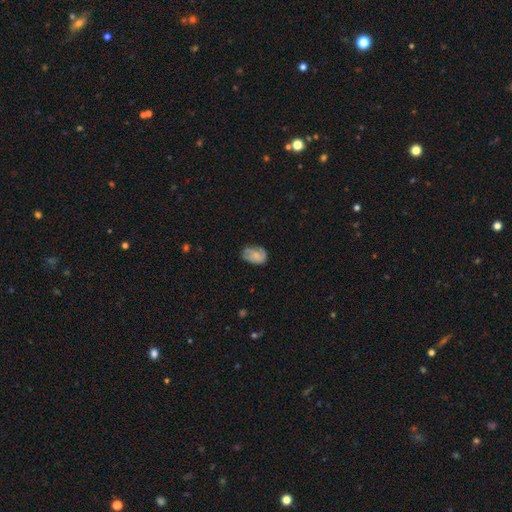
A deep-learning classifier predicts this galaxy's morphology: Smooth or featured? smooth (62%)
How rounded? in between (83%)
Merging? none (57%)